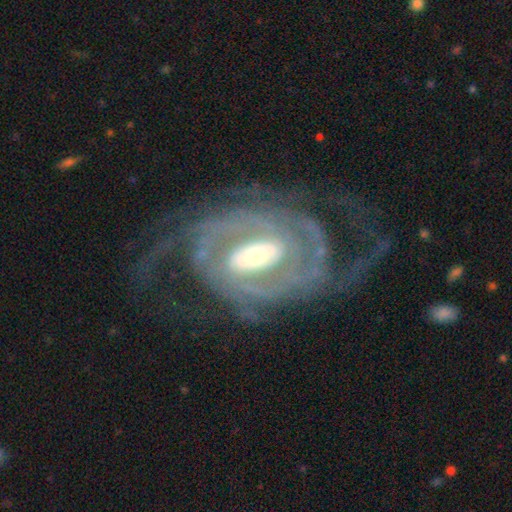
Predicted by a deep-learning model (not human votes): The model was most divided on "bar": weak: 39%, strong: 33%, no: 28%. Remaining: edge-on disk — no (96%); spiral arms — yes (96%); smooth or featured — featured or disk (91%); merging — none (63%); spiral winding — tight (54%); bulge size — moderate (50%); spiral arm count — 2 (42%).